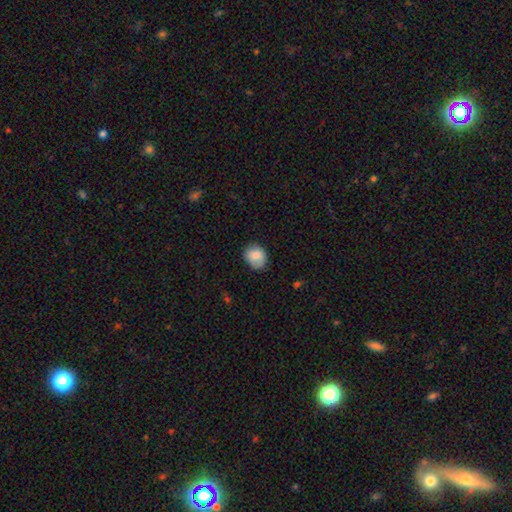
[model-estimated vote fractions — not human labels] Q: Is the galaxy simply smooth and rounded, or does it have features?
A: smooth — 82%.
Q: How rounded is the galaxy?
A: round — 55%.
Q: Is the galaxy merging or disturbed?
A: none — 72%.